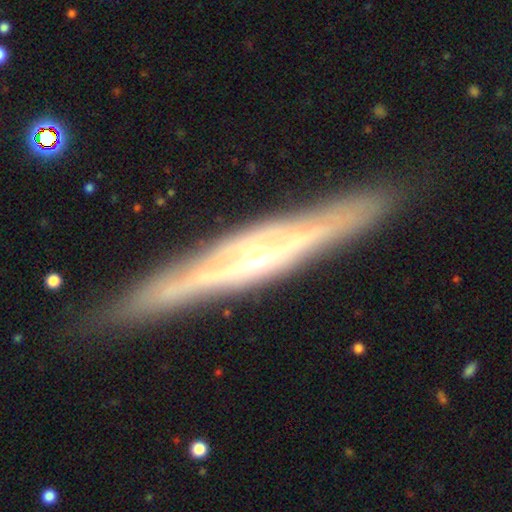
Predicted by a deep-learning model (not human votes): Q: Smooth or featured?
A: featured or disk (85%); runner-up: smooth (9%)
Q: Edge-on disk?
A: yes (95%); runner-up: no (5%)
Q: Edge-on bulge?
A: rounded (69%); runner-up: boxy (21%)
Q: Merging?
A: none (88%); runner-up: minor disturbance (8%)